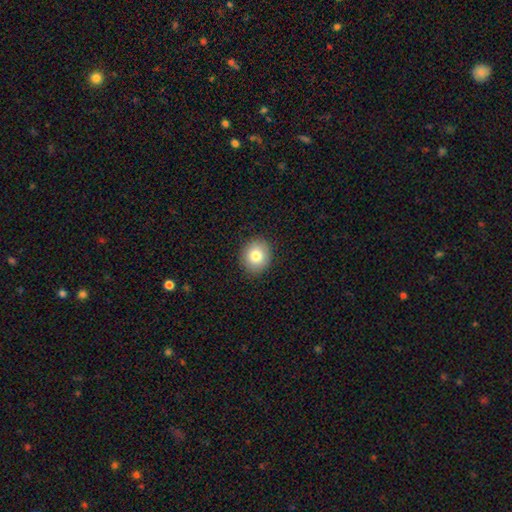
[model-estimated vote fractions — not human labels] Smooth or featured? smooth (80%)
How rounded? round (77%)
Merging? none (90%)